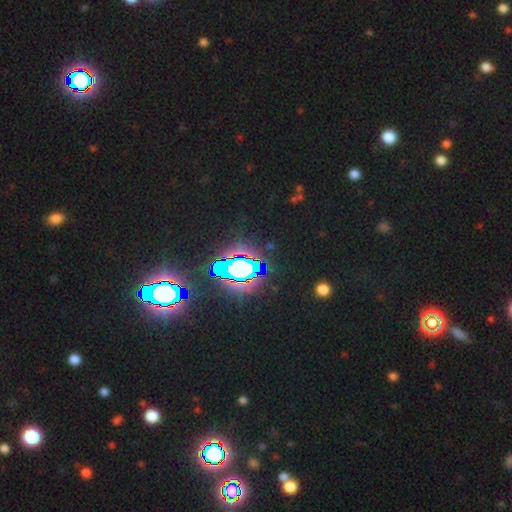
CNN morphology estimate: A star or artifact, not a galaxy (82%).